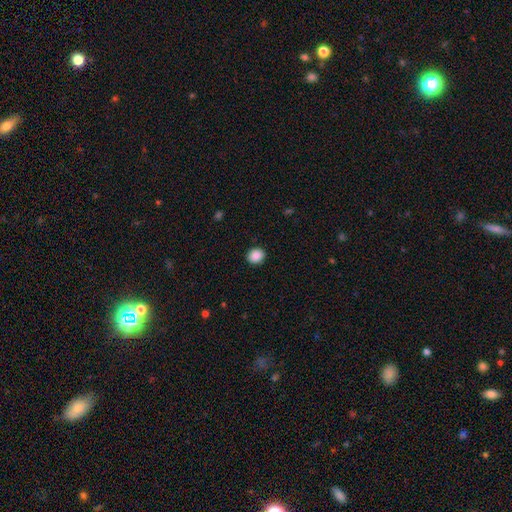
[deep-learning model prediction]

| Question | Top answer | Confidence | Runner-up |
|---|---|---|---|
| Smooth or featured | smooth | 89% | star or artifact (9%) |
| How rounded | round | 76% | in between (23%) |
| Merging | none | 90% | minor disturbance (7%) |